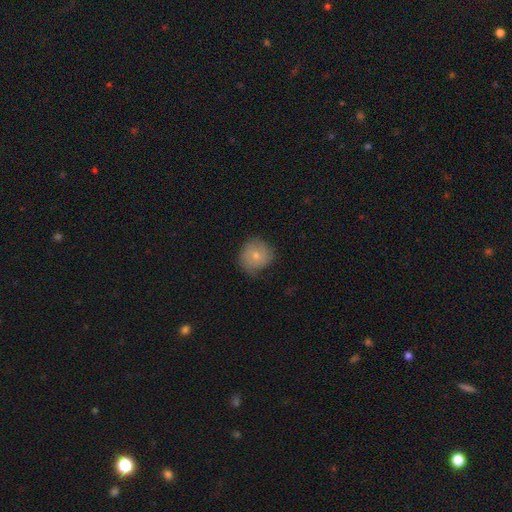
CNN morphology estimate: The model was most divided on "merging": none: 69%, minor disturbance: 24%, major disturbance: 5%, merger: 1%. More confident: how rounded — round (89%); smooth or featured — smooth (71%).